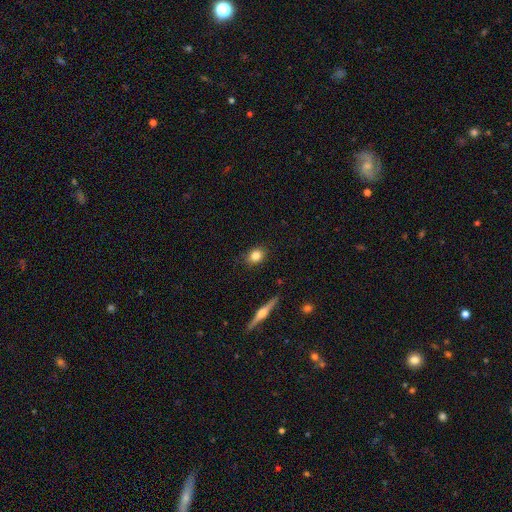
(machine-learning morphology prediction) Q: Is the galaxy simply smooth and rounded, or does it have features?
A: smooth — 81%.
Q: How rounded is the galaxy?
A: round — 56%.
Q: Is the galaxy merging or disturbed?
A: none — 86%.